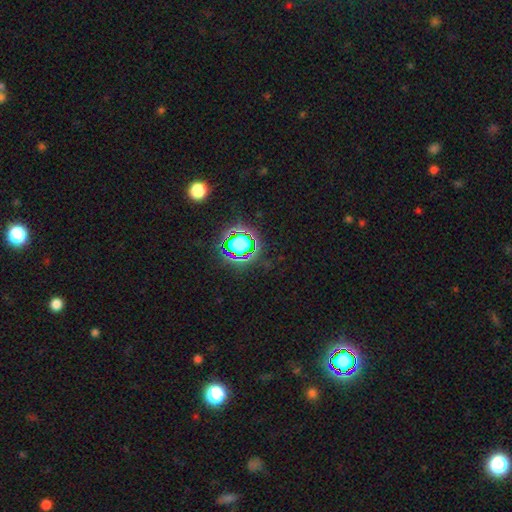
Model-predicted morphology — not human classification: Smooth or featured?
  - star or artifact: 80% *
  - smooth: 13%
  - featured or disk: 7%